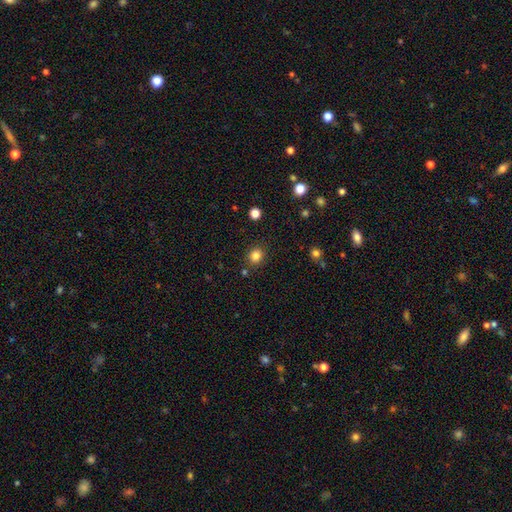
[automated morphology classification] This appears to be a smooth galaxy with no disk features (83%) that is round (77%). Merging: none (85%).